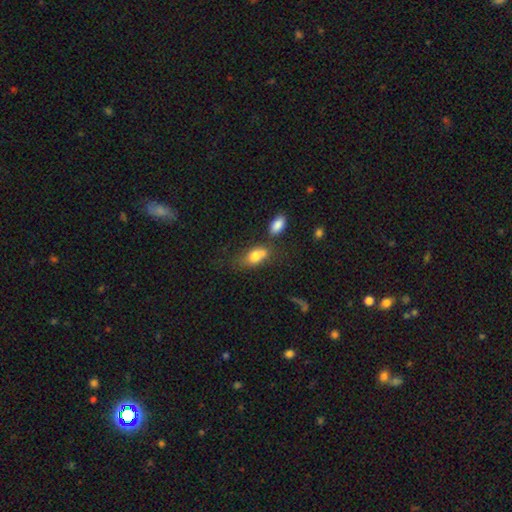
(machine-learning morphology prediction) Smooth or featured? Predicted: smooth (p=0.77). How rounded? Predicted: in between (p=0.82). Merging? Predicted: merger (p=0.38).